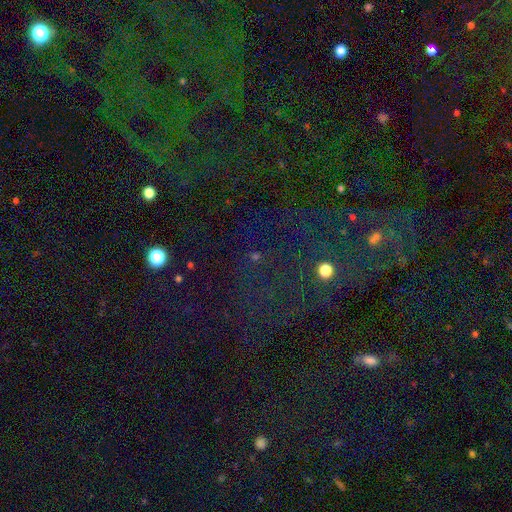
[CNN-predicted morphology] Smooth or featured: star or artifact — 76% (smooth — 15%)